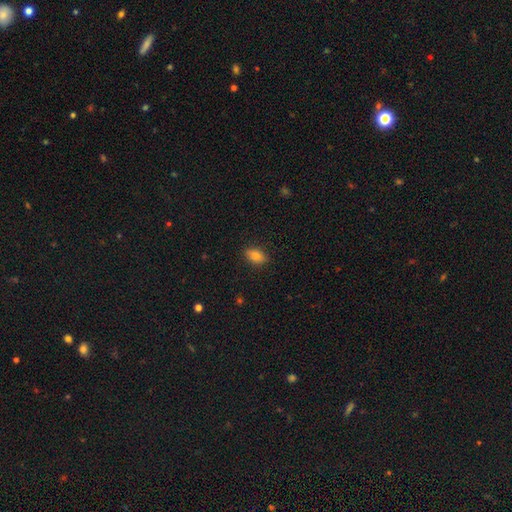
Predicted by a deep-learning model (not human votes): This appears to be a smooth galaxy with no disk features (85%) that is in between round and cigar-shaped (87%). Merging: none (87%).